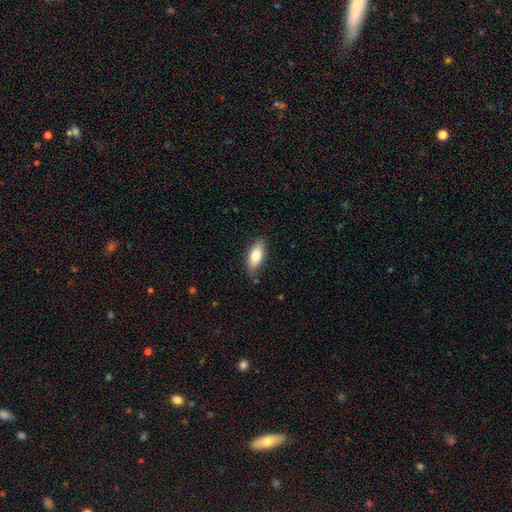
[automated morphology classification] Smooth or featured? smooth (81%)
How rounded? in between (83%)
Merging? none (80%)